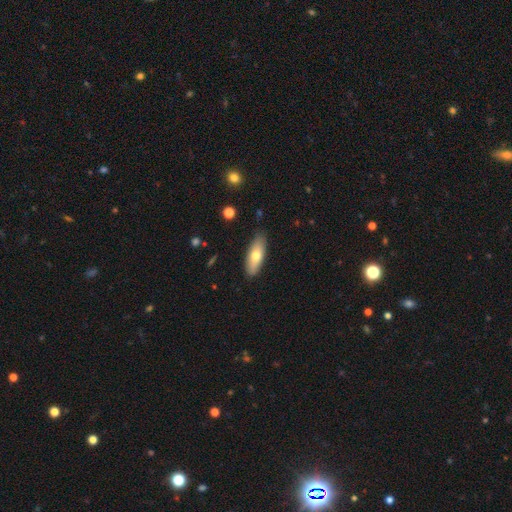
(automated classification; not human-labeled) The model was most divided on "how rounded": in between: 68%, cigar-shaped: 30%, round: 2%. More confident: merging — none (84%); smooth or featured — smooth (69%).